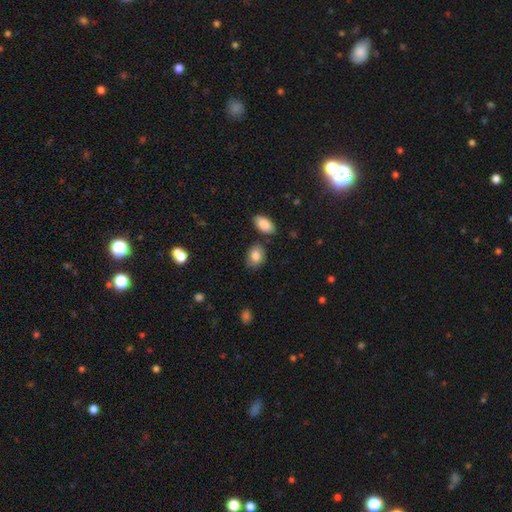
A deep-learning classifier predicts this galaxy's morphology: Smooth or featured?
  - smooth: 84% *
  - featured or disk: 9%
  - star or artifact: 8%
How rounded?
  - in between: 71% *
  - round: 28%
  - cigar-shaped: 1%
Merging?
  - none: 79% *
  - minor disturbance: 13%
  - merger: 5%
  - major disturbance: 3%